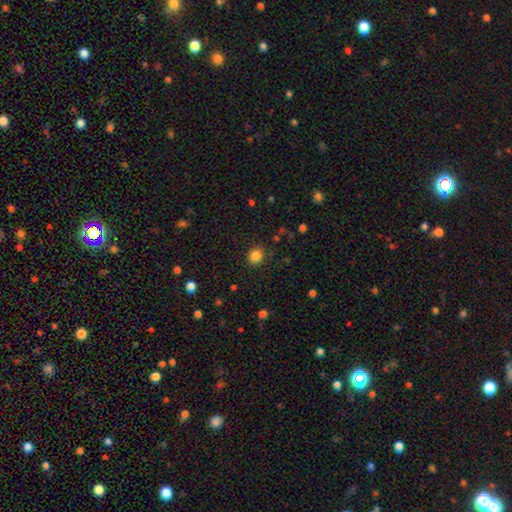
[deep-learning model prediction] This appears to be a smooth galaxy with no disk features (84%) that is round (82%). Merging: none (88%).